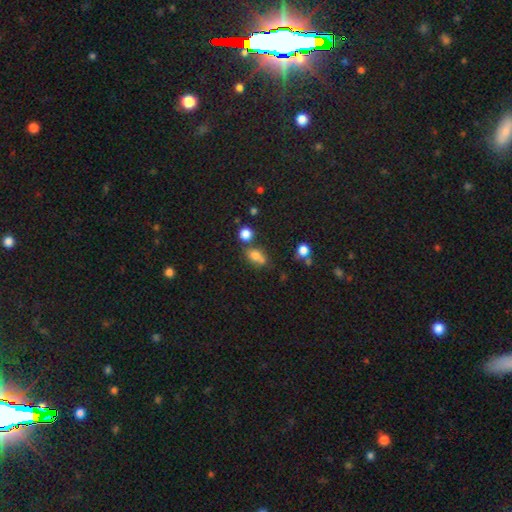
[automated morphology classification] A smooth galaxy with no disk features (73%) that is in between round and cigar-shaped (66%). Merging: none (49%).